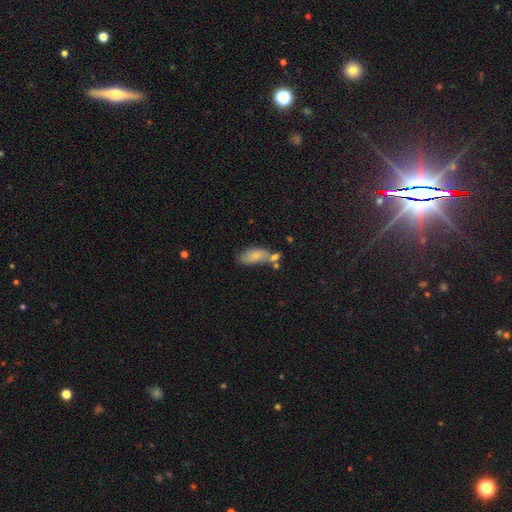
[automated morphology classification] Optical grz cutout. It shows a smooth galaxy with no disk features (75%) that is in between round and cigar-shaped (82%). Merging: none (42%).